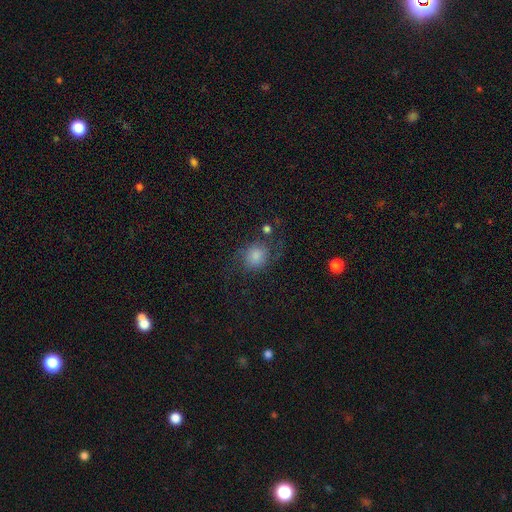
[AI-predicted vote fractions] This is possibly a smooth galaxy (52%). How rounded: likely round (74%). Merging: possibly none (59%).